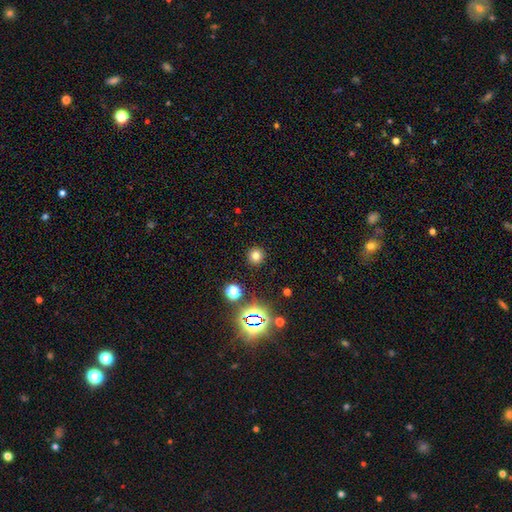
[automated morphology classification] Smooth or featured?
  - smooth: 72% *
  - star or artifact: 21%
  - featured or disk: 7%
How rounded?
  - round: 93% *
  - in between: 6%
  - cigar-shaped: 1%
Merging?
  - none: 91% *
  - minor disturbance: 5%
  - major disturbance: 2%
  - merger: 2%